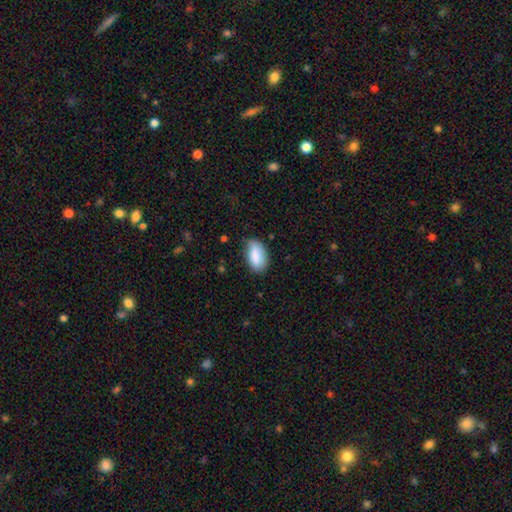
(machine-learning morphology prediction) Smooth or featured? Predicted: smooth (p=0.86). How rounded? Predicted: in between (p=0.94). Merging? Predicted: none (p=0.65).